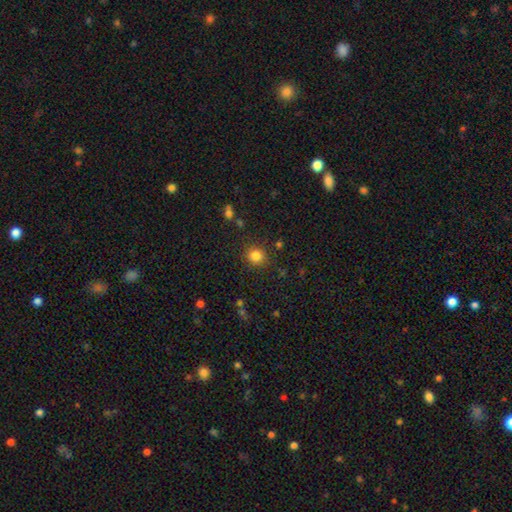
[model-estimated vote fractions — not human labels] smooth_or_featured: smooth (p=0.83) [alt: star or artifact p=0.12]
how_rounded: round (p=0.87) [alt: in between p=0.12]
merging: none (p=0.86) [alt: minor disturbance p=0.08]